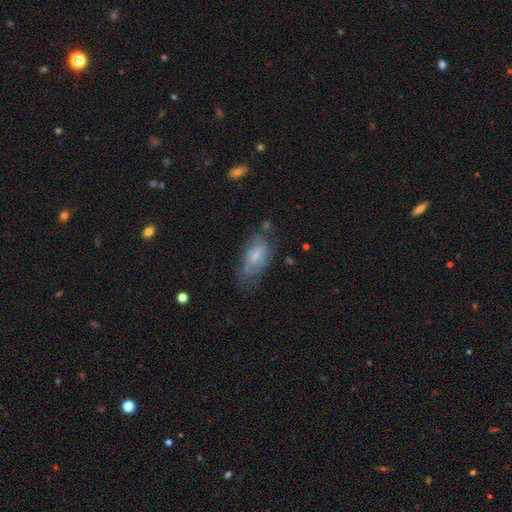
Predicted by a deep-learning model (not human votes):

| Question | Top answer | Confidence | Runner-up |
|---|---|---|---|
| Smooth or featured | featured or disk | 48% | smooth (43%) |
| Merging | none | 48% | minor disturbance (30%) |